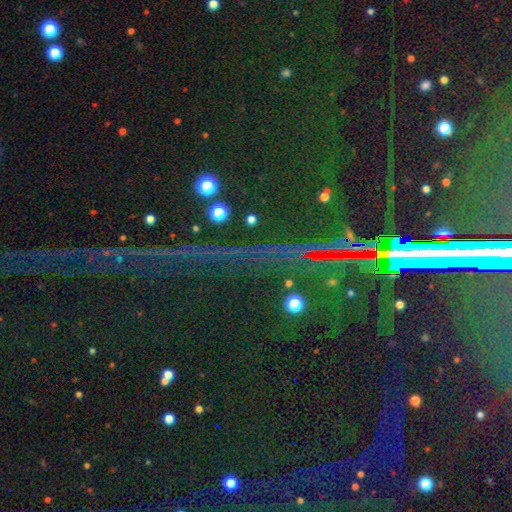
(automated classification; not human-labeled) Morphology: type=star or artifact (84%).